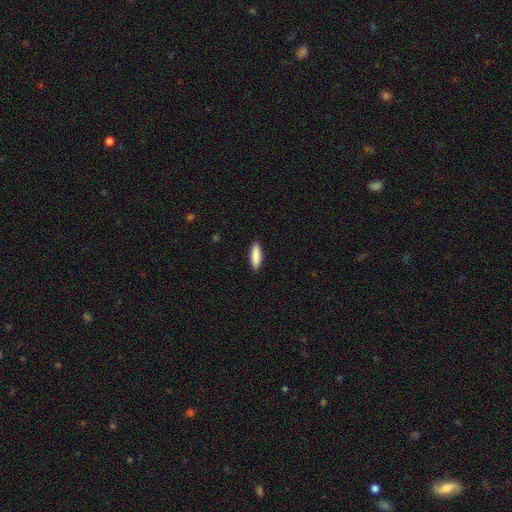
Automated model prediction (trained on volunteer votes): Smooth or featured? Predicted: smooth (p=0.89). How rounded? Predicted: cigar-shaped (p=0.52). Merging? Predicted: none (p=0.90).